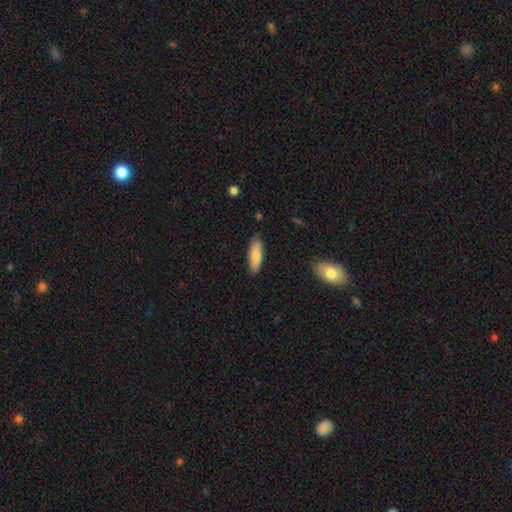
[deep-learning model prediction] smooth-or-featured: smooth: 81% | featured or disk: 13% | star or artifact: 6%
  how-rounded: in between: 51% | cigar-shaped: 47% | round: 2%
  merging: none: 87% | minor disturbance: 10% | major disturbance: 2% | merger: 1%